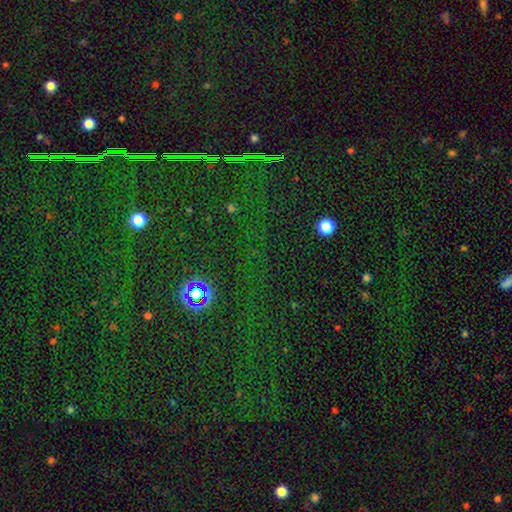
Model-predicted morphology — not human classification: Smooth or featured? star or artifact (80%)